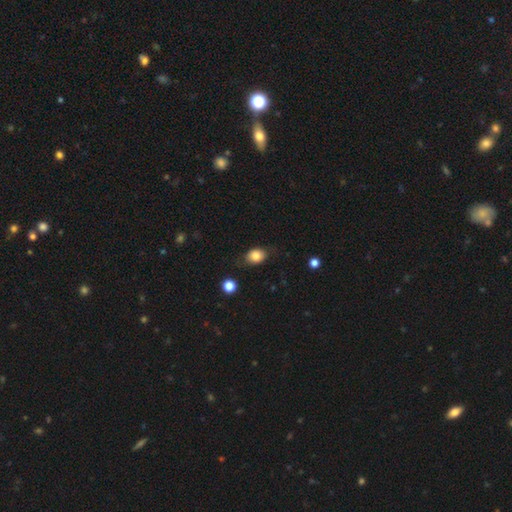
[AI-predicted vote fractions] Smooth or featured? smooth (82%)
How rounded? in between (61%)
Merging? none (74%)